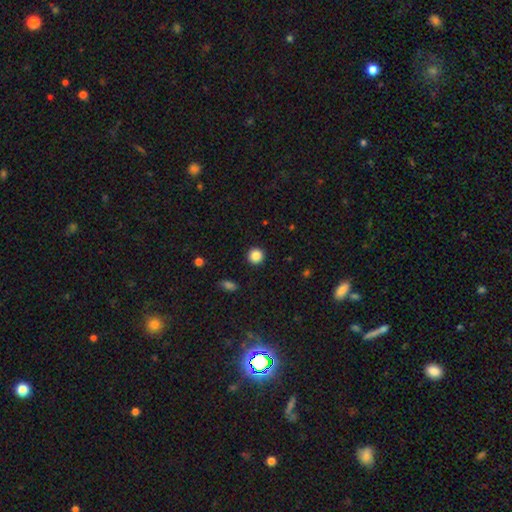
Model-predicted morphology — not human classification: Smooth or featured? Predicted: smooth (p=0.86). How rounded? Predicted: round (p=0.95). Merging? Predicted: none (p=0.93).